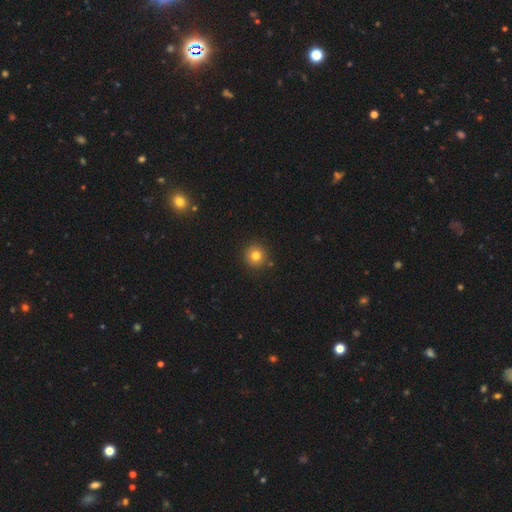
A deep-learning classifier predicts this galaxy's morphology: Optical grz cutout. It shows a smooth galaxy with no disk features (79%) that is round (94%). Merging: none (89%).